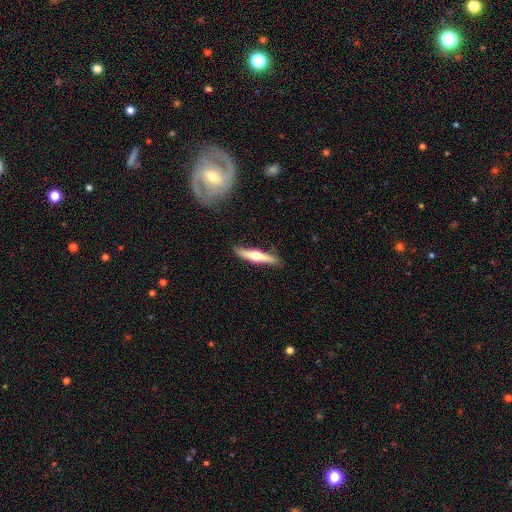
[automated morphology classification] smooth_or_featured: featured or disk (p=0.60) [alt: smooth p=0.35]
disk_edge_on: yes (p=0.96) [alt: no p=0.04]
edge_on_bulge: rounded (p=0.93) [alt: boxy p=0.04]
merging: none (p=0.87) [alt: minor disturbance p=0.09]